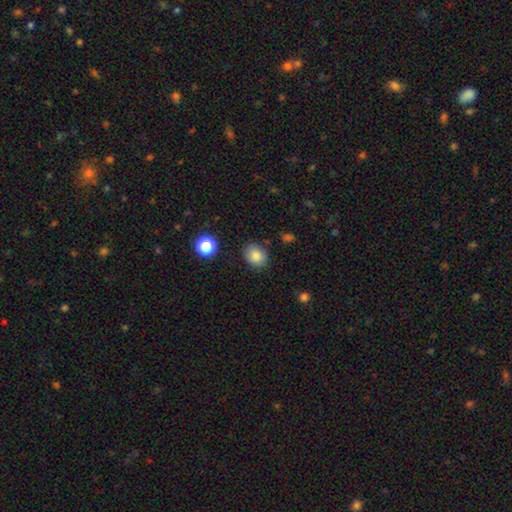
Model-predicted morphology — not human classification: Q: Smooth or featured?
A: smooth (84%); runner-up: star or artifact (10%)
Q: How rounded?
A: in between (51%); runner-up: round (48%)
Q: Merging?
A: none (83%); runner-up: minor disturbance (12%)